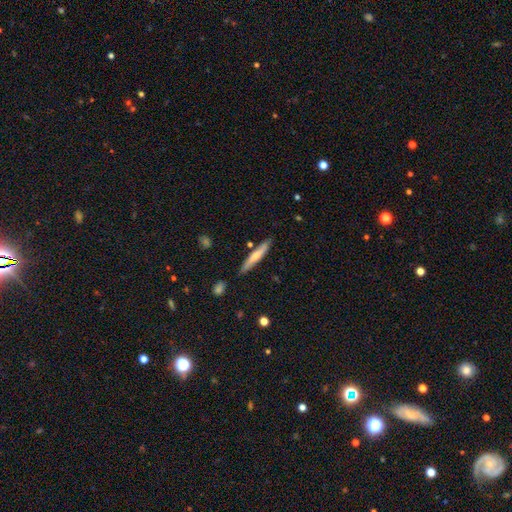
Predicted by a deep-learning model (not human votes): Q: Smooth or featured?
A: smooth (55%); runner-up: featured or disk (39%)
Q: How rounded?
A: cigar-shaped (91%); runner-up: in between (8%)
Q: Merging?
A: none (82%); runner-up: minor disturbance (12%)